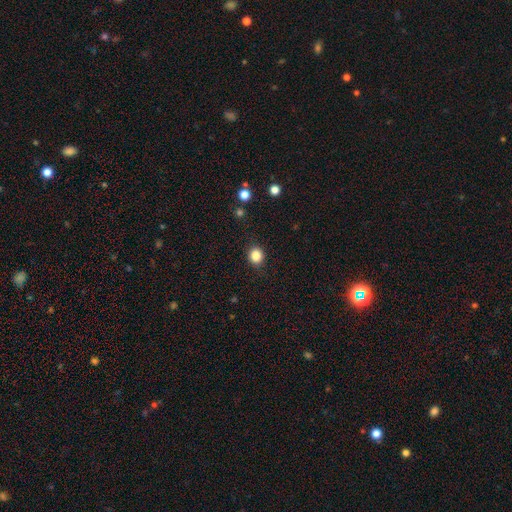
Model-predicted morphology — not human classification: Smooth or featured?
  - smooth: 84% *
  - star or artifact: 11%
  - featured or disk: 5%
How rounded?
  - round: 78% *
  - in between: 21%
  - cigar-shaped: 1%
Merging?
  - none: 88% *
  - minor disturbance: 8%
  - major disturbance: 2%
  - merger: 1%